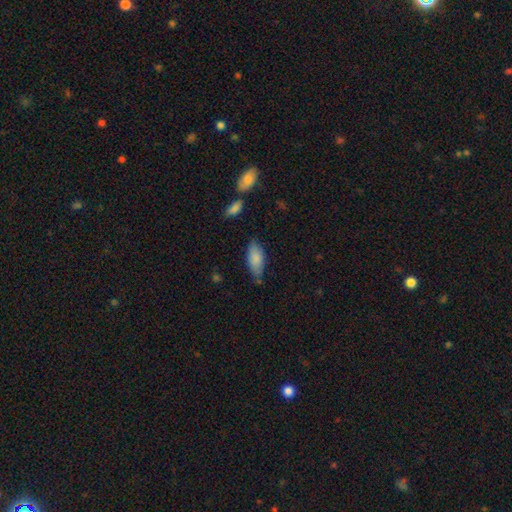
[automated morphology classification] The model was most divided on "merging": none: 68%, minor disturbance: 24%, major disturbance: 5%, merger: 4%. More confident: smooth or featured — smooth (82%); how rounded — in between (82%).